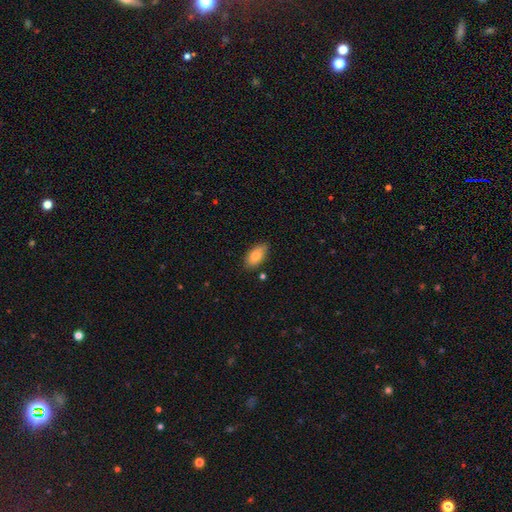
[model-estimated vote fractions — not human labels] Smooth or featured? smooth (80%)
How rounded? in between (90%)
Merging? none (80%)